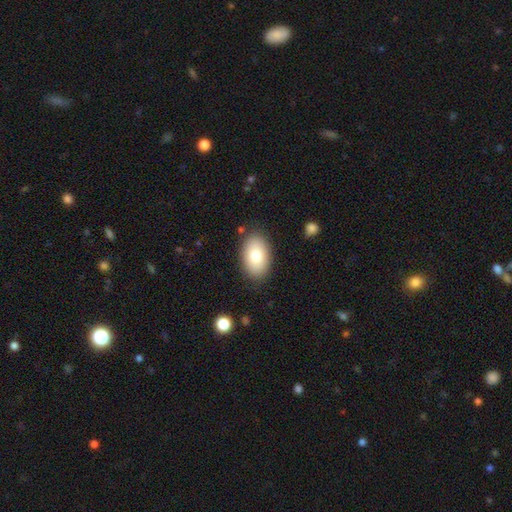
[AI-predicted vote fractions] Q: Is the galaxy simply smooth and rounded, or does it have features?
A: smooth — 79%.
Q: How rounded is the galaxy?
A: in between — 92%.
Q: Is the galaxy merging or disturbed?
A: none — 86%.